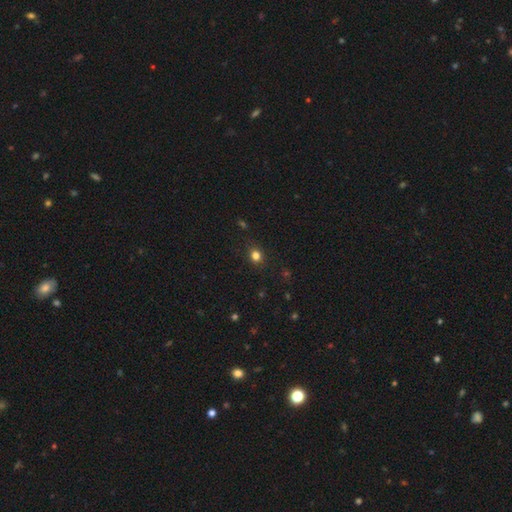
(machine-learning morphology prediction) Smooth or featured? smooth (79%)
How rounded? round (73%)
Merging? none (87%)